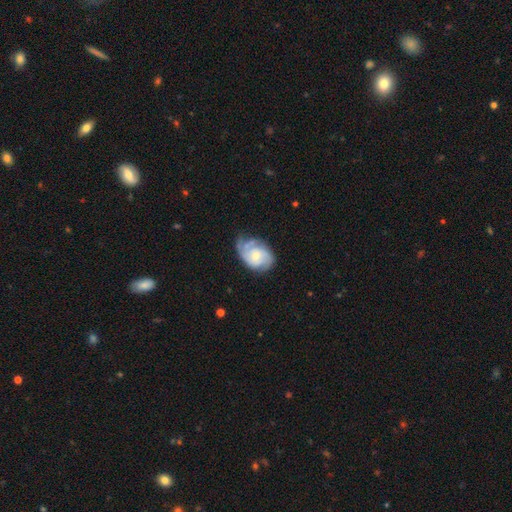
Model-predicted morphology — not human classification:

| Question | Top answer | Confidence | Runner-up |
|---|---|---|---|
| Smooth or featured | featured or disk | 75% | smooth (19%) |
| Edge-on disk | no | 97% | yes (3%) |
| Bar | no | 65% | weak (31%) |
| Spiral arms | yes | 93% | no (7%) |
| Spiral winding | tight | 52% | medium (37%) |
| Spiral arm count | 2 | 33% | can't tell (27%) |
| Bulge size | small | 47% | moderate (46%) |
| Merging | none | 56% | minor disturbance (29%) |